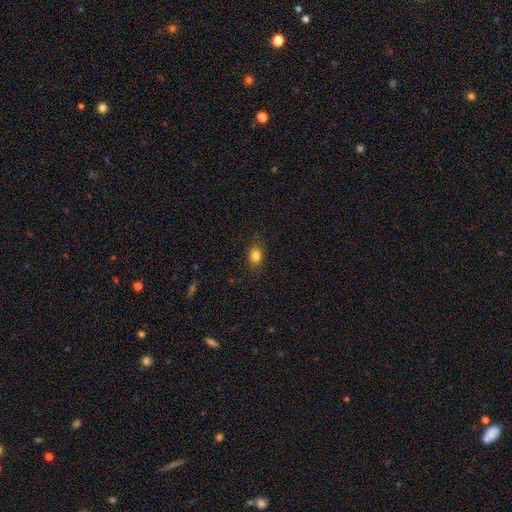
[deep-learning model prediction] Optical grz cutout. It shows a smooth galaxy with no disk features (82%) that is in between round and cigar-shaped (67%). Merging: none (83%).